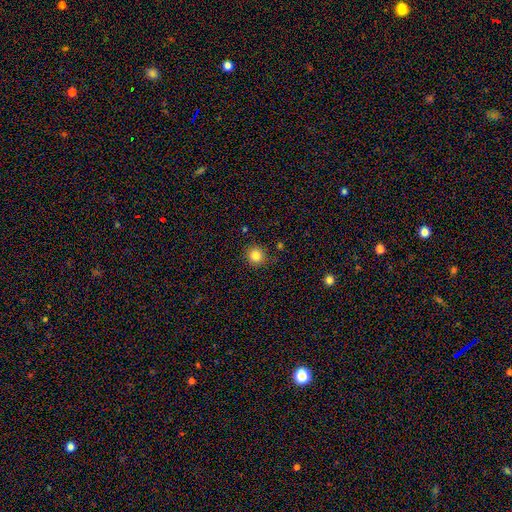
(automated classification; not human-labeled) The model was most divided on "smooth or featured": smooth: 84%, star or artifact: 11%, featured or disk: 5%. More confident: how rounded — round (93%); merging — none (86%).